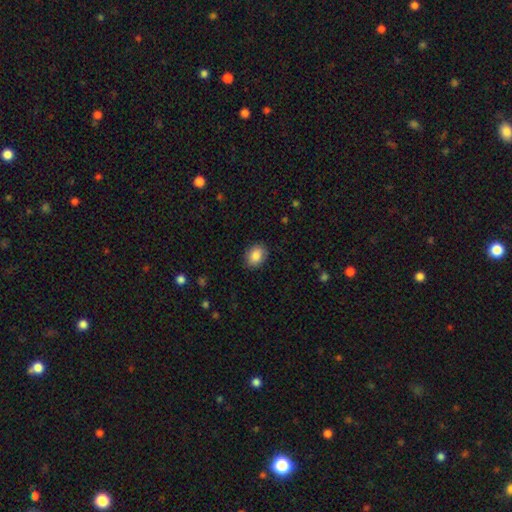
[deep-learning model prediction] Smooth or featured: smooth — 87% (star or artifact — 8%)
How rounded: in between — 65% (round — 34%)
Merging: none — 88% (minor disturbance — 9%)